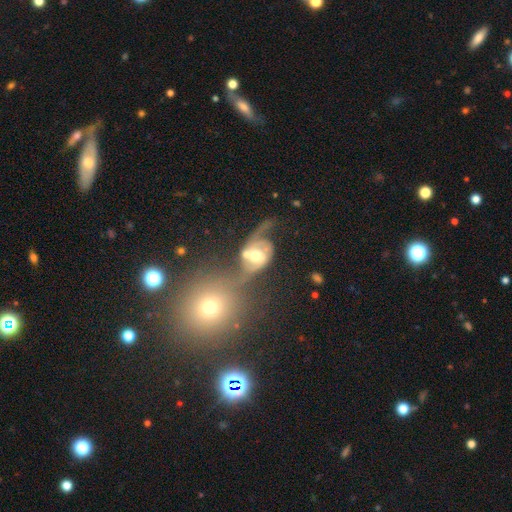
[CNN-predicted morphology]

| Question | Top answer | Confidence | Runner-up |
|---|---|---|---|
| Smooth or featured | featured or disk | 75% | smooth (17%) |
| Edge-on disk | no | 96% | yes (4%) |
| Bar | no | 48% | weak (37%) |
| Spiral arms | yes | 88% | no (12%) |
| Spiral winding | loose | 51% | medium (36%) |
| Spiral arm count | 2 | 78% | 1 (12%) |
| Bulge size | moderate | 63% | large (20%) |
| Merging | merger | 46% | none (23%) |